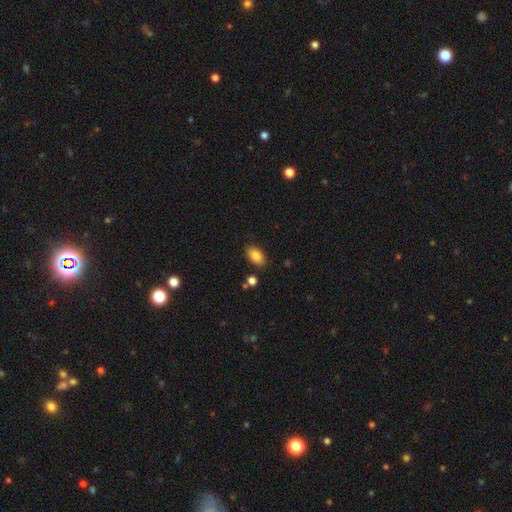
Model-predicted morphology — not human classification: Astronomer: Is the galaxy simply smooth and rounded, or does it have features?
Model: smooth — 86%.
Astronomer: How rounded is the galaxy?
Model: in between — 91%.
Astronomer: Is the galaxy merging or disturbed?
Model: none — 84%.